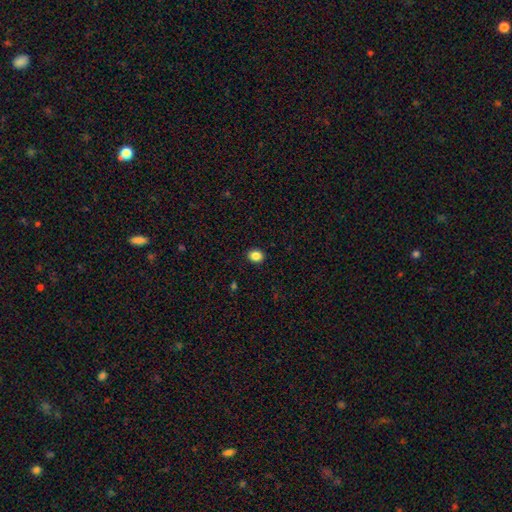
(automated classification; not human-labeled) This appears to be a smooth galaxy with no disk features (86%) that is round (65%). Merging: none (92%).